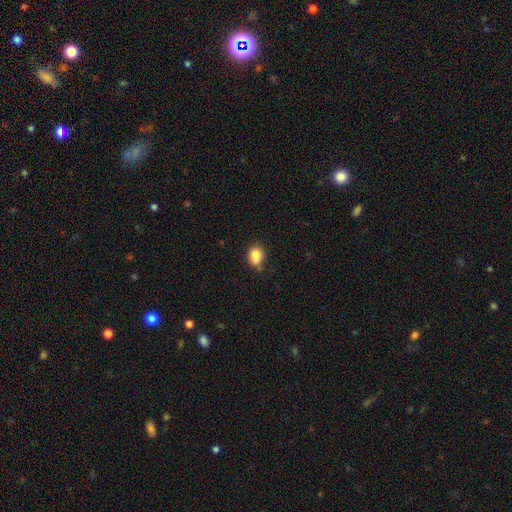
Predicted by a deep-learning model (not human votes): smooth_or_featured: smooth (p=0.84) [alt: star or artifact p=0.10]
how_rounded: in between (p=0.57) [alt: round p=0.42]
merging: none (p=0.59) [alt: minor disturbance p=0.27]